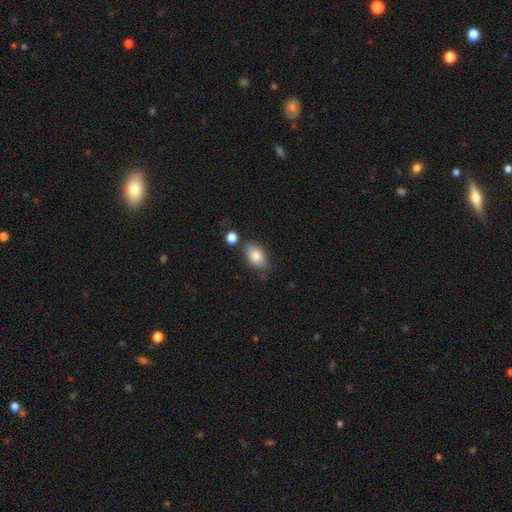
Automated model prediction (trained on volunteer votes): Smooth or featured: smooth — 82% (featured or disk — 10%)
How rounded: in between — 88% (round — 10%)
Merging: none — 75% (minor disturbance — 15%)